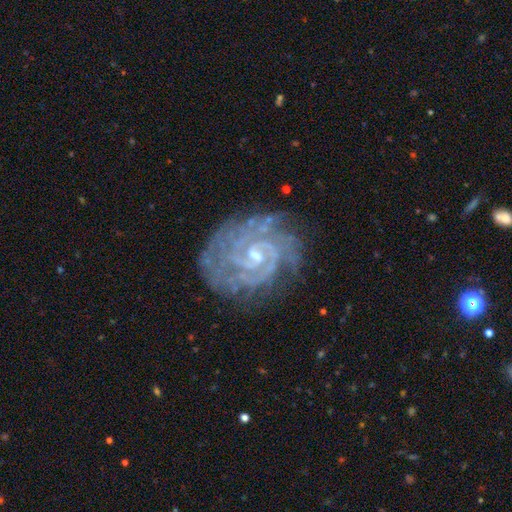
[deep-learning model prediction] Smooth or featured? Predicted: featured or disk (p=0.90). Edge-on disk? Predicted: no (p=0.98). Bar? Predicted: weak (p=0.52). Spiral arms? Predicted: yes (p=0.98). Spiral winding? Predicted: tight (p=0.74). Spiral arm count? Predicted: 2 (p=0.36). Bulge size? Predicted: small (p=0.56). Merging? Predicted: none (p=0.71).